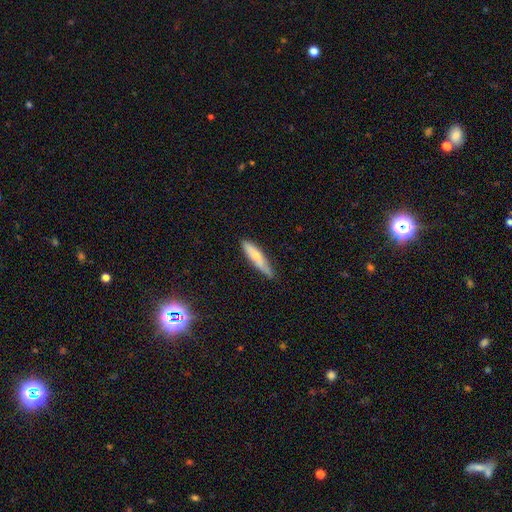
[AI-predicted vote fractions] smooth-or-featured: smooth: 66% | featured or disk: 28% | star or artifact: 6%
  how-rounded: cigar-shaped: 76% | in between: 22% | round: 2%
  merging: none: 70% | minor disturbance: 25% | major disturbance: 4% | merger: 2%